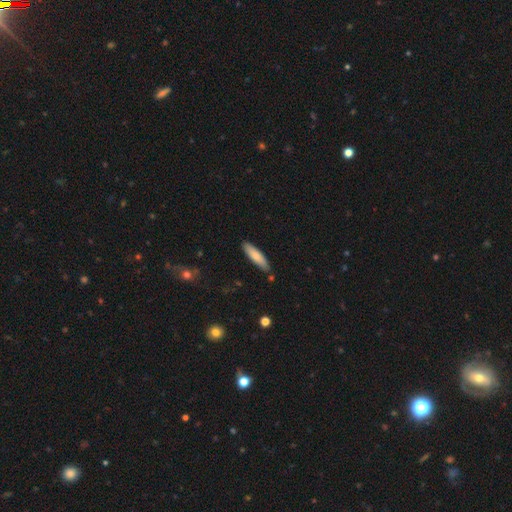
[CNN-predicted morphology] smooth-or-featured: smooth: 79% | featured or disk: 15% | star or artifact: 6%
  how-rounded: cigar-shaped: 67% | in between: 31% | round: 1%
  merging: none: 85% | minor disturbance: 11% | merger: 2% | major disturbance: 2%